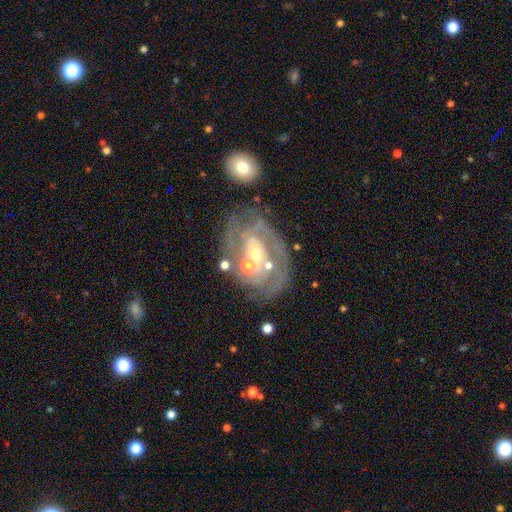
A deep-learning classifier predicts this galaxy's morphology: Smooth or featured?
  - featured or disk: 83% *
  - smooth: 9%
  - star or artifact: 7%
Edge-on disk?
  - no: 97% *
  - yes: 3%
Bar?
  - no: 62% *
  - weak: 28%
  - strong: 10%
Spiral arms?
  - yes: 86% *
  - no: 14%
Spiral winding?
  - tight: 58% *
  - medium: 32%
  - loose: 10%
Spiral arm count?
  - 2: 38% *
  - can't tell: 32%
  - 3: 15%
  - 1: 7%
  - 4: 5%
  - more than 4: 4%
Bulge size?
  - small: 55% *
  - moderate: 37%
  - large: 3%
  - none: 3%
  - dominant: 1%
Merging?
  - none: 57% *
  - minor disturbance: 18%
  - major disturbance: 13%
  - merger: 12%